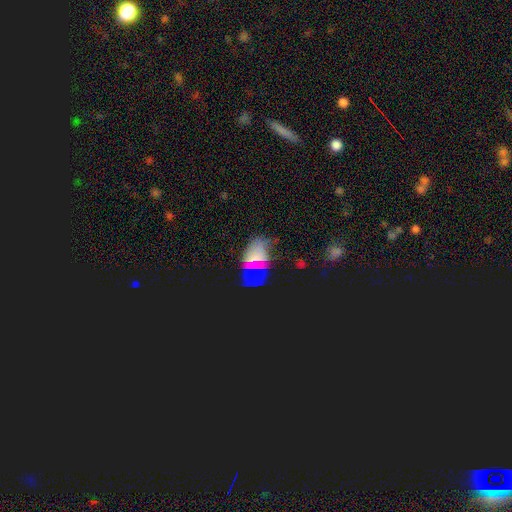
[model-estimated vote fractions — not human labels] This appears to be a star or artifact, not a galaxy (43%).